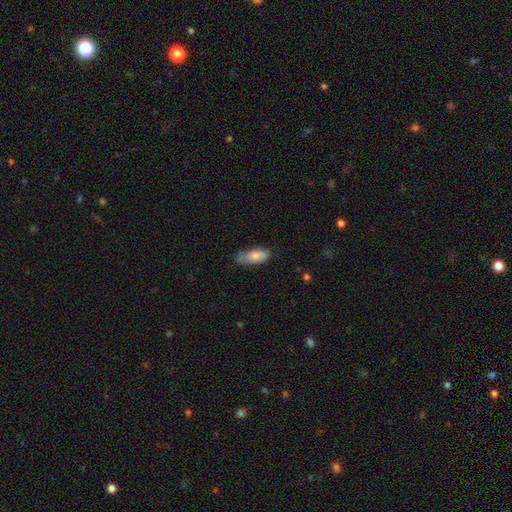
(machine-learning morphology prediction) A smooth galaxy with no disk features (78%) that is in between round and cigar-shaped (80%).

Vote fractions:
- Smooth or featured? smooth: 78% / featured or disk: 15% / star or artifact: 6%
- How rounded? in between: 80% / cigar-shaped: 18% / round: 2%
- Merging? none: 53% / minor disturbance: 35% / major disturbance: 9% / merger: 3%